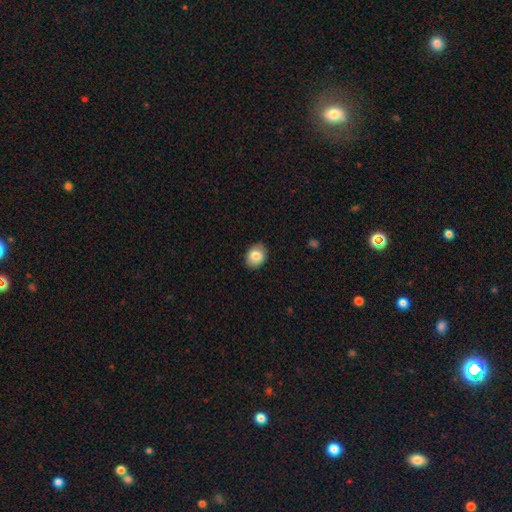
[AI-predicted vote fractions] Overall: smooth (83%). How rounded: in between (60%; round 39%). Merging: none (85%).